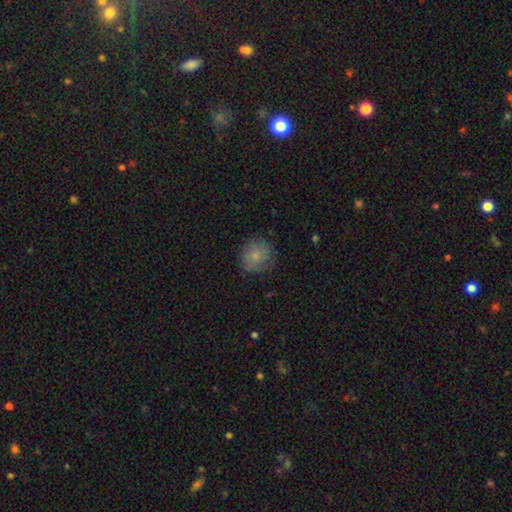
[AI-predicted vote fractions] Q: Smooth or featured?
A: smooth (80%); runner-up: featured or disk (11%)
Q: How rounded?
A: round (87%); runner-up: in between (12%)
Q: Merging?
A: none (82%); runner-up: minor disturbance (14%)